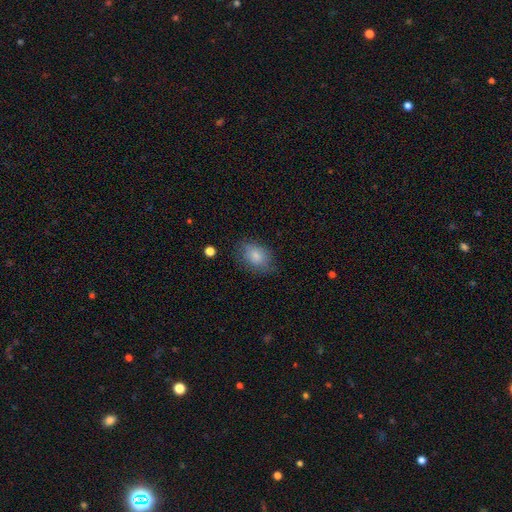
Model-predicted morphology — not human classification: Overall: smooth (81%). How rounded: in between (72%). Merging: none (71%).